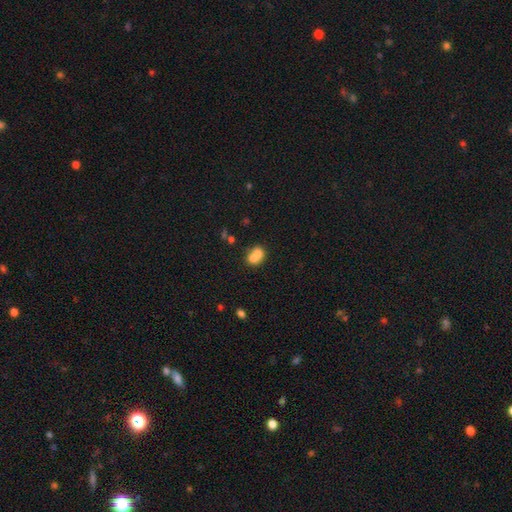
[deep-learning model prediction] smooth-or-featured: smooth: 71% | featured or disk: 19% | star or artifact: 11%
  how-rounded: round: 52% | in between: 47% | cigar-shaped: 1%
  merging: merger: 64% | none: 25% | minor disturbance: 7% | major disturbance: 4%